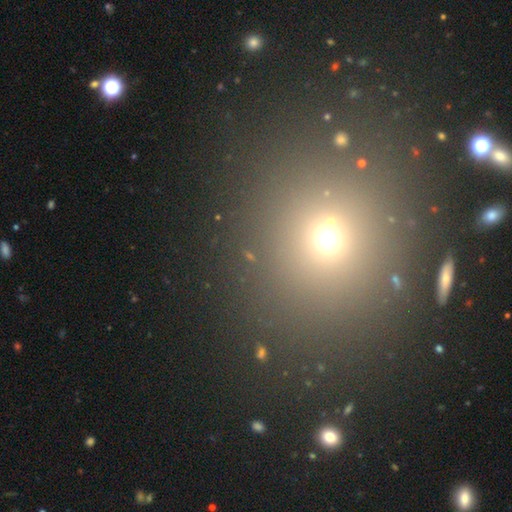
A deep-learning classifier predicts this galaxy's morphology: Q: Smooth or featured?
A: smooth (55%); runner-up: star or artifact (36%)
Q: How rounded?
A: round (84%); runner-up: in between (15%)
Q: Merging?
A: none (83%); runner-up: minor disturbance (7%)